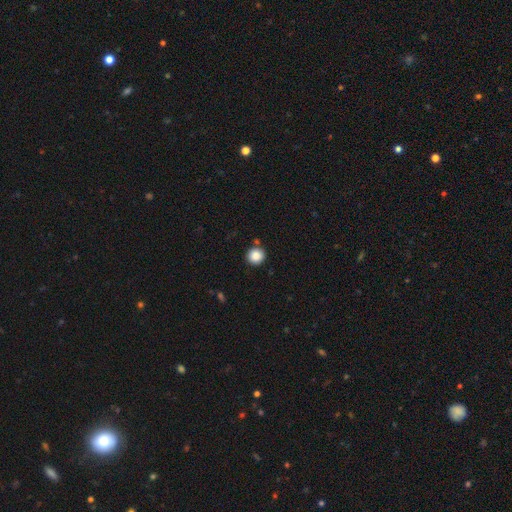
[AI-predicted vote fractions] Q: Smooth or featured?
A: smooth (86%); runner-up: star or artifact (10%)
Q: How rounded?
A: round (93%); runner-up: in between (6%)
Q: Merging?
A: none (86%); runner-up: minor disturbance (8%)